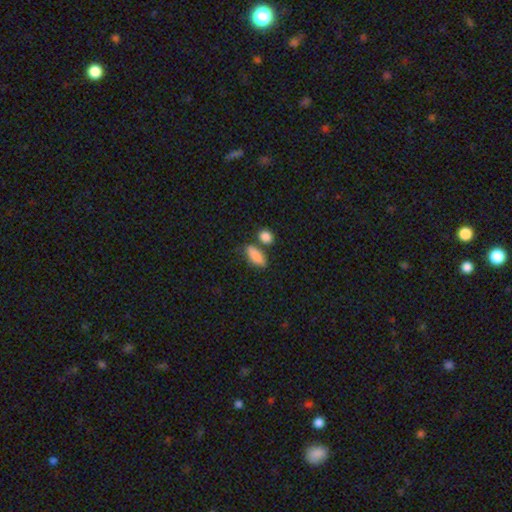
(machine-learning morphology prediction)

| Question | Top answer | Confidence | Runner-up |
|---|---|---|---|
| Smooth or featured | smooth | 85% | featured or disk (8%) |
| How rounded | in between | 72% | cigar-shaped (23%) |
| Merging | none | 61% | merger (18%) |